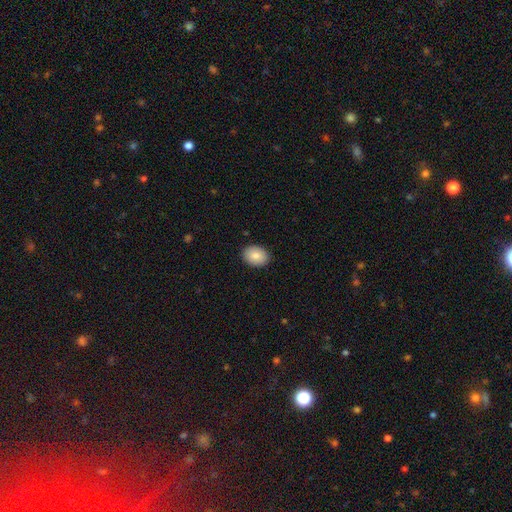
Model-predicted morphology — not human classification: A smooth galaxy with no disk features (84%) that is in between round and cigar-shaped (70%).

Vote fractions:
- Smooth or featured? smooth: 84% / featured or disk: 9% / star or artifact: 7%
- How rounded? in between: 70% / round: 29% / cigar-shaped: 1%
- Merging? none: 90% / minor disturbance: 8% / major disturbance: 2% / merger: 1%